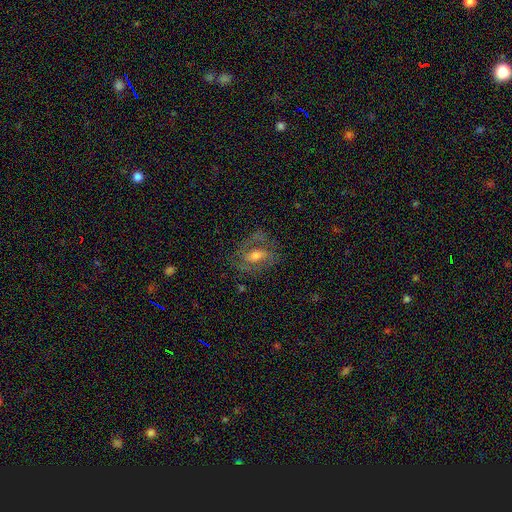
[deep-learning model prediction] Overall: featured or disk (62%; smooth 28%). Edge-on disk: no (93%). Bar: weak (41%; no 38%). Spiral arms: yes (71%). Bulge size: moderate (57%; small 24%). Merging: none (62%).